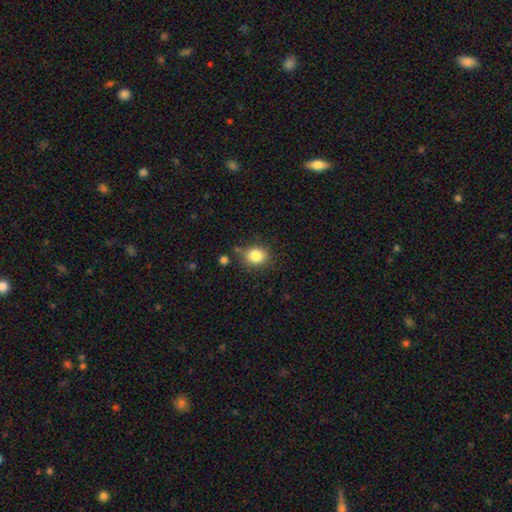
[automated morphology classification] Overall: smooth (84%). How rounded: round (67%; in between 32%). Merging: none (74%).